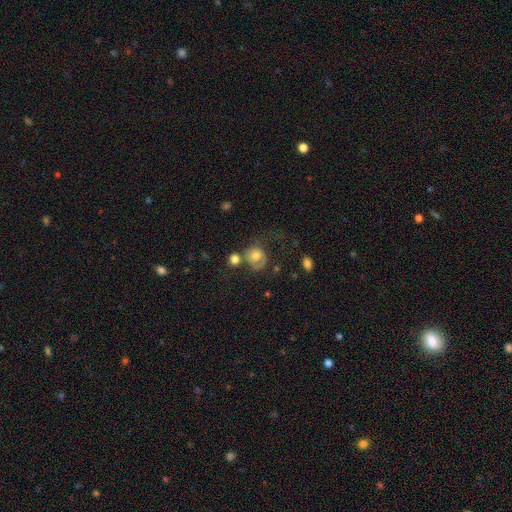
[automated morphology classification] Q: Smooth or featured?
A: smooth (60%); runner-up: featured or disk (31%)
Q: How rounded?
A: round (75%); runner-up: in between (24%)
Q: Merging?
A: none (37%); runner-up: major disturbance (25%)